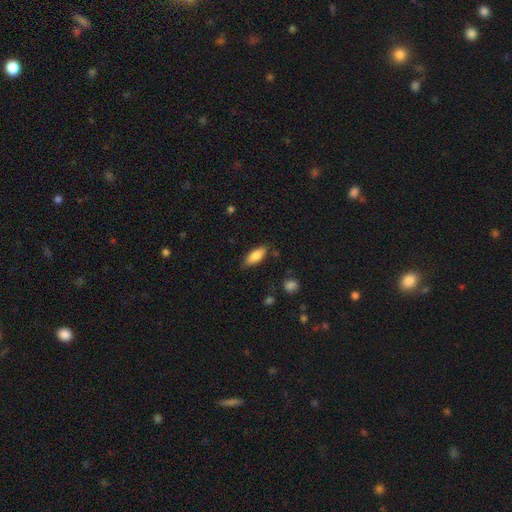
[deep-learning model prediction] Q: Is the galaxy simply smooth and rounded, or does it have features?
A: smooth — 84%.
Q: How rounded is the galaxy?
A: in between — 77%.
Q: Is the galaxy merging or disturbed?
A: none — 83%.